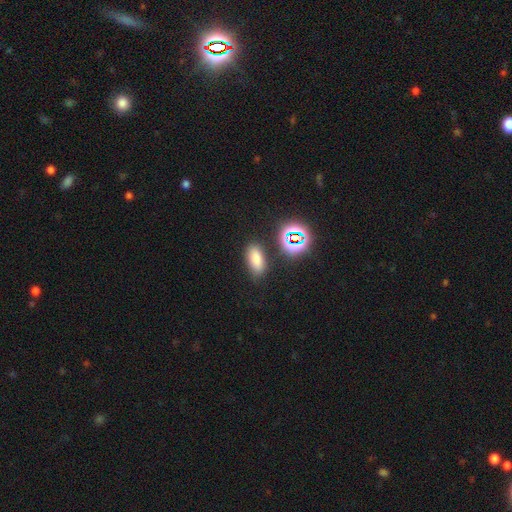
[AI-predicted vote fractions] Smooth or featured: smooth — 71% (star or artifact — 22%)
How rounded: in between — 80% (round — 11%)
Merging: none — 80% (minor disturbance — 11%)